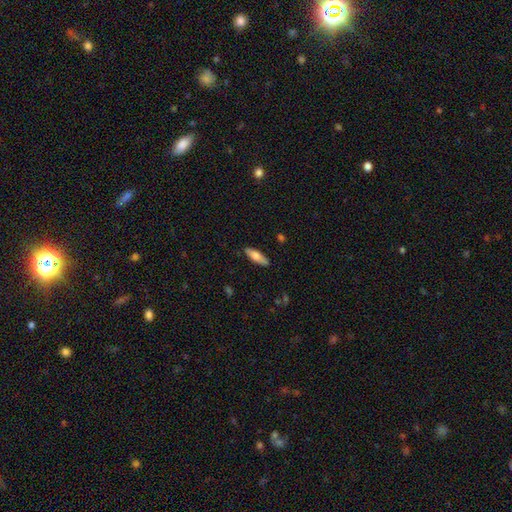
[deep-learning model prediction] smooth-or-featured: smooth: 67% | featured or disk: 27% | star or artifact: 6%
  how-rounded: in between: 51% | cigar-shaped: 47% | round: 2%
  merging: none: 86% | minor disturbance: 11% | major disturbance: 2% | merger: 1%